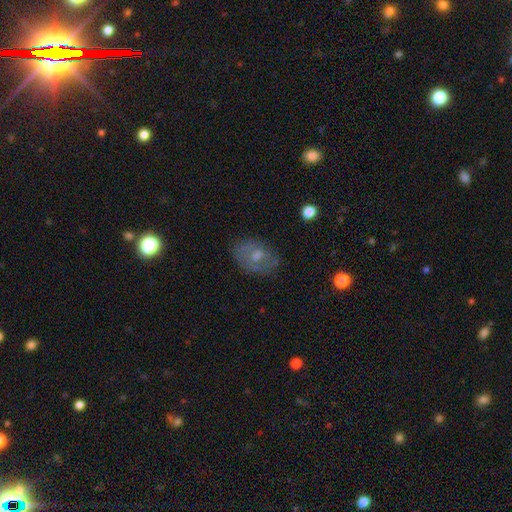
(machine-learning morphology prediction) Q: Smooth or featured?
A: smooth (52%); runner-up: featured or disk (37%)
Q: How rounded?
A: in between (75%); runner-up: round (23%)
Q: Merging?
A: none (67%); runner-up: minor disturbance (21%)